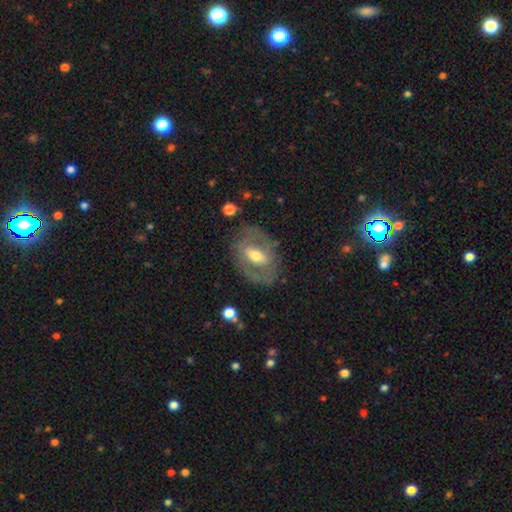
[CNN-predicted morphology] This is likely a featured or disk galaxy (72%). It is clearly not viewed edge-on (93%). Bar: marginally weak (40%). Spiral arm pattern: possibly yes (58%). Central bulge: likely moderate (66%). Merging: likely none (73%).